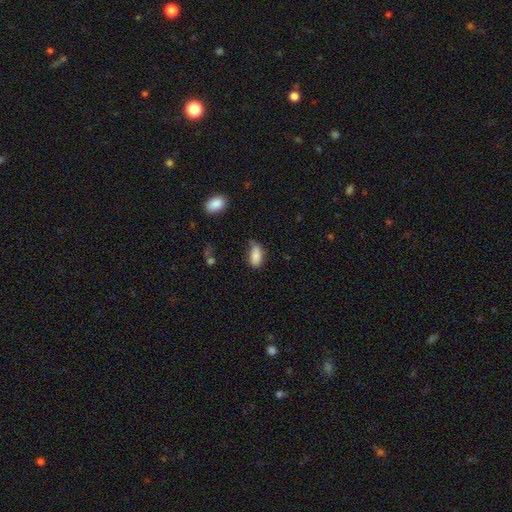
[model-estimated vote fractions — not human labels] Smooth or featured?
  - smooth: 85% *
  - star or artifact: 8%
  - featured or disk: 7%
How rounded?
  - in between: 91% *
  - cigar-shaped: 5%
  - round: 4%
Merging?
  - none: 51% *
  - minor disturbance: 36%
  - major disturbance: 8%
  - merger: 4%